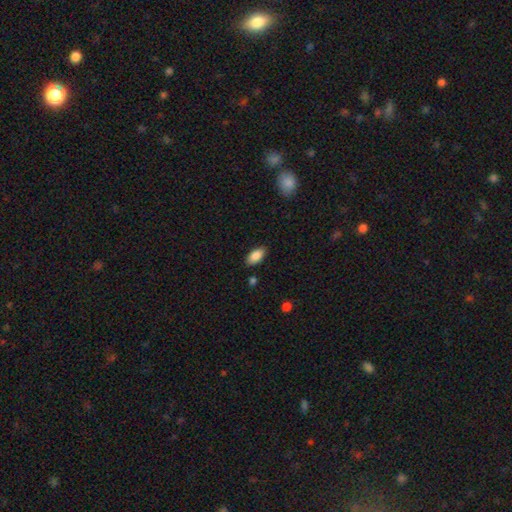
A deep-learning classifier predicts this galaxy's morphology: The model was most divided on "merging": none: 86%, minor disturbance: 10%, major disturbance: 2%, merger: 2%. More confident: how rounded — in between (93%); smooth or featured — smooth (87%).